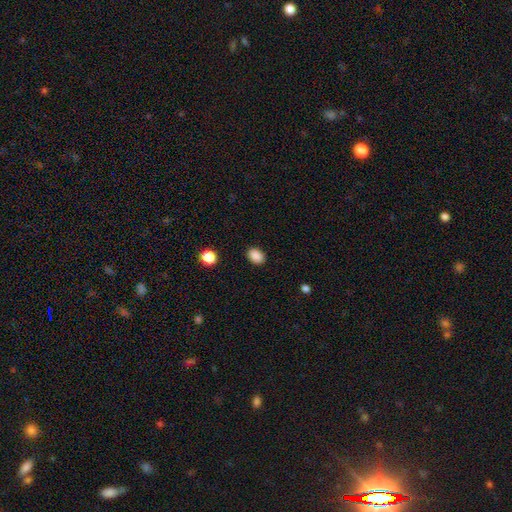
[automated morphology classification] This is clearly a smooth galaxy (88%). How rounded: likely in between (71%). Merging: clearly none (89%).